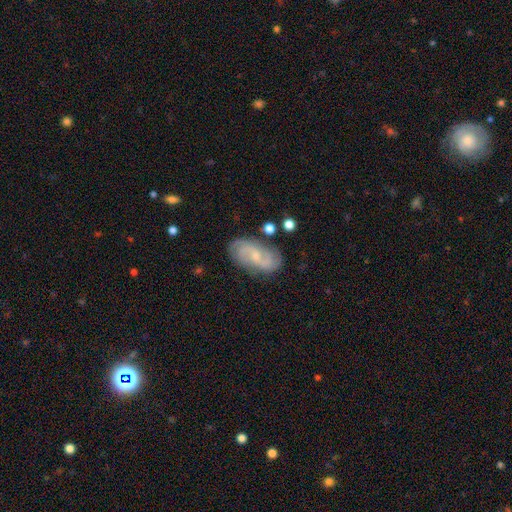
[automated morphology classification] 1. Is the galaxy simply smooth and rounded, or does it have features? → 81% featured or disk, 13% smooth, 7% star or artifact.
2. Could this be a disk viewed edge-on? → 96% no, 4% yes.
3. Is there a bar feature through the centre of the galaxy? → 46% weak, 42% no, 12% strong.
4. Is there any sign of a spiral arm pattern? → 95% yes, 5% no.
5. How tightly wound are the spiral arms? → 46% medium, 32% tight, 22% loose.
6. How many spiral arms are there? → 65% 2, 14% can't tell, 12% 3, 4% 4, 3% 1, 3% more than 4.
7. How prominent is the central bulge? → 73% small, 20% moderate, 5% none, 1% large, 1% dominant.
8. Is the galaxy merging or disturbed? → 78% none, 15% minor disturbance, 4% major disturbance, 3% merger.